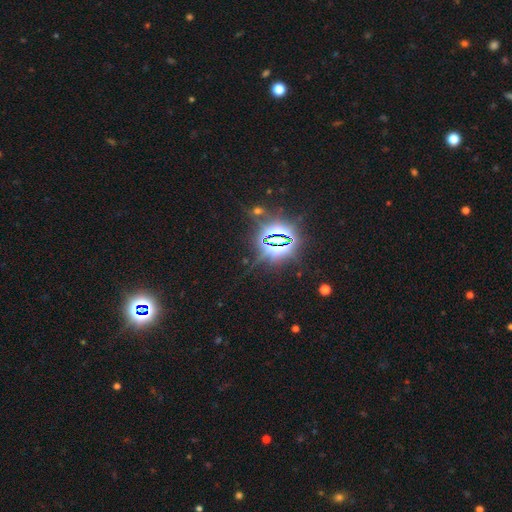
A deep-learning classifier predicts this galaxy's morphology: smooth_or_featured: star or artifact (p=0.86) [alt: smooth p=0.08]